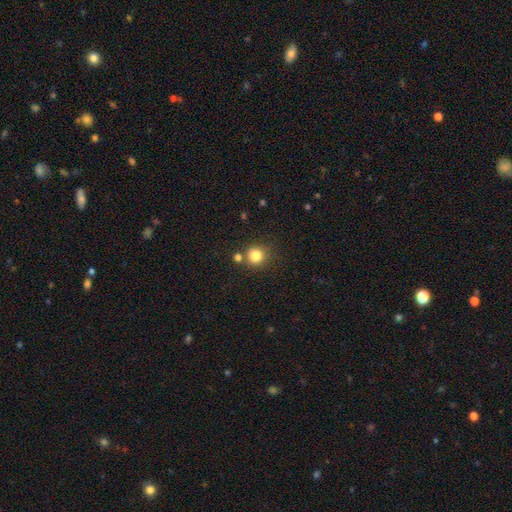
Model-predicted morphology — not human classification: smooth_or_featured: smooth (p=0.82) [alt: star or artifact p=0.12]
how_rounded: round (p=0.90) [alt: in between p=0.09]
merging: none (p=0.73) [alt: merger p=0.13]